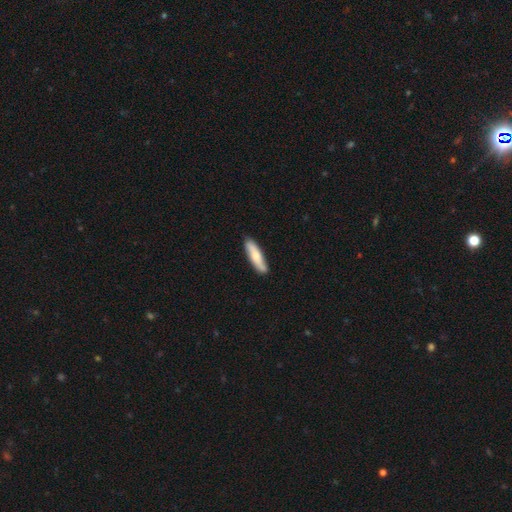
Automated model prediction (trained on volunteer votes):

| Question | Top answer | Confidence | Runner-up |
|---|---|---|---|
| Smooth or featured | smooth | 67% | featured or disk (28%) |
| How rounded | cigar-shaped | 74% | in between (25%) |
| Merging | none | 87% | minor disturbance (10%) |